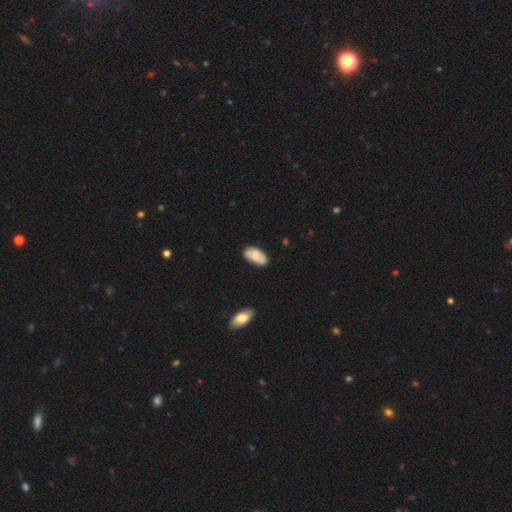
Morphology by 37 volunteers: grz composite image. It shows a smooth galaxy with no disk features (73%) that is in between round and cigar-shaped (96%). Merging: none (89%).